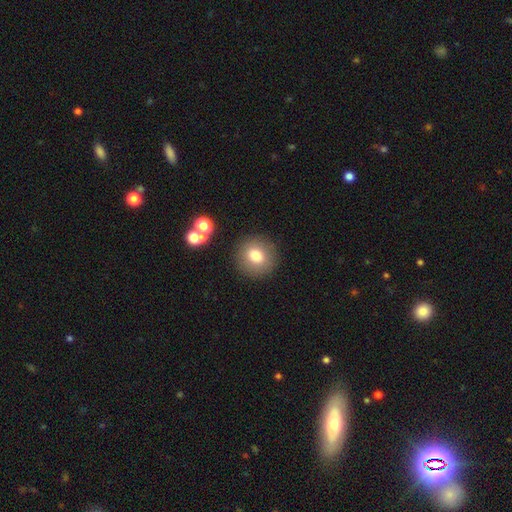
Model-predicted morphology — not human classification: smooth 76%, featured or disk 13%, star or artifact 11%. Down the decision tree: how rounded — round (90%); merging — none (87%).